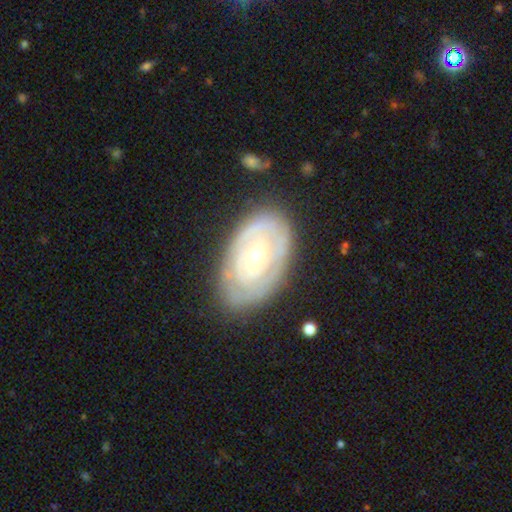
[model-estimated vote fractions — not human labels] Overall: featured or disk (73%). Edge-on disk: no (94%). Bar: no (74%). Spiral arms: yes (62%; no 38%). Bulge size: moderate (52%; small 44%). Merging: none (74%).